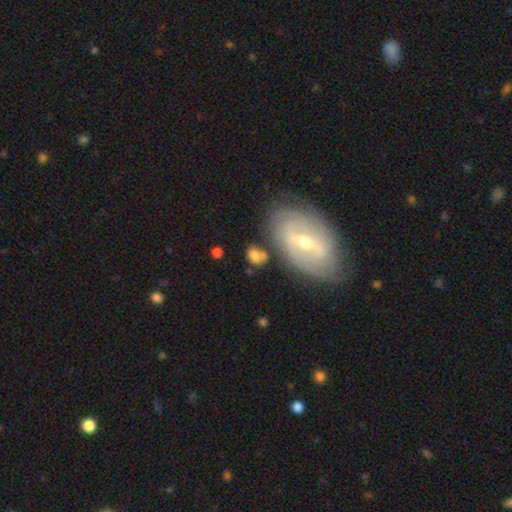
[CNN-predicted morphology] Smooth or featured? Predicted: smooth (p=0.62). How rounded? Predicted: in between (p=0.61). Merging? Predicted: none (p=0.59).